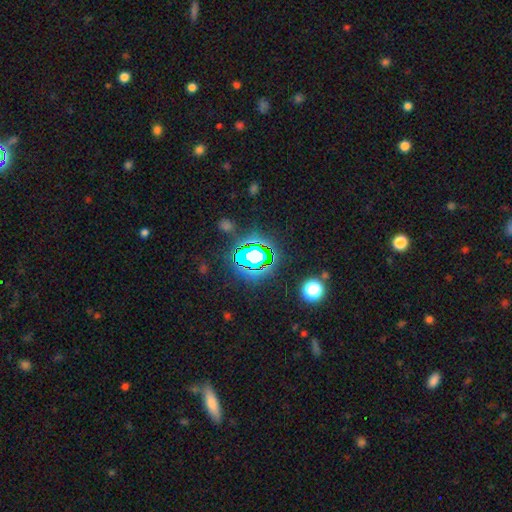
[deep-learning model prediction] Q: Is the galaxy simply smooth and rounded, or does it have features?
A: star or artifact — 66%.